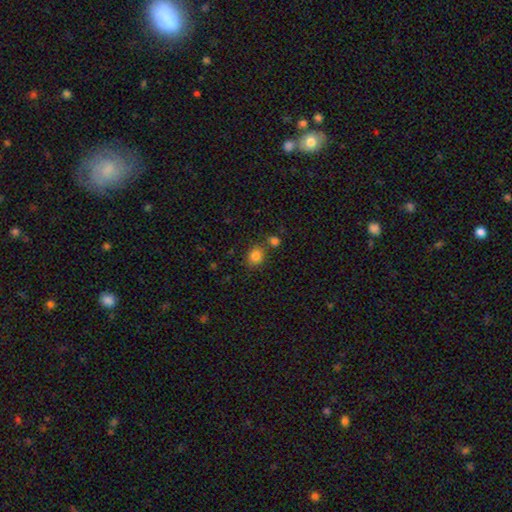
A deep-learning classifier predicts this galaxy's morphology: smooth 83%, star or artifact 11%, featured or disk 6%. Down the decision tree: how rounded — round (66%); merging — none (69%).